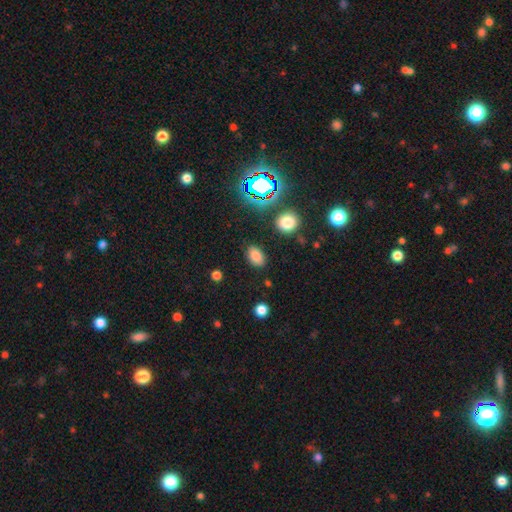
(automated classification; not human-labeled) Morphology: type=smooth (78%); roundness=in between (85%); merging=none (85%).